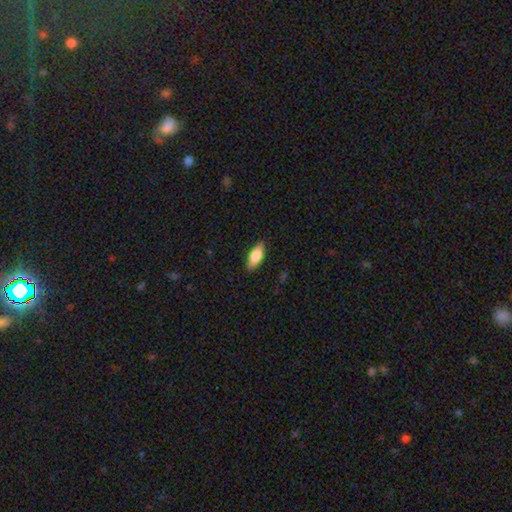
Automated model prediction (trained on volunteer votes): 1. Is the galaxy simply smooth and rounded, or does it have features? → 77% smooth, 17% featured or disk, 6% star or artifact.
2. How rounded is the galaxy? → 78% in between, 19% cigar-shaped, 3% round.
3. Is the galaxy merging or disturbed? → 87% none, 10% minor disturbance, 2% major disturbance, 1% merger.